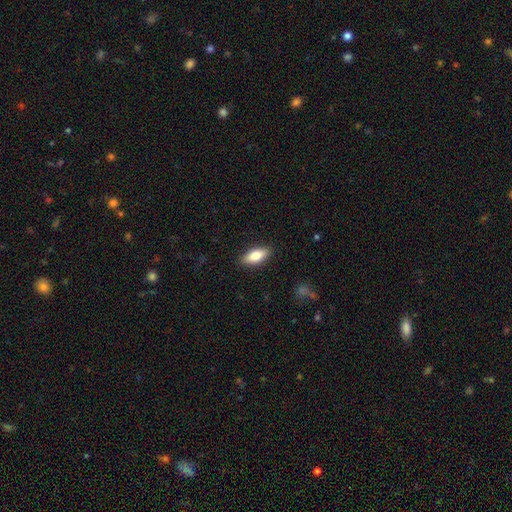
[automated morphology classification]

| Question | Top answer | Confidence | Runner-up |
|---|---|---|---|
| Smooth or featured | smooth | 77% | featured or disk (16%) |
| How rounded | in between | 81% | cigar-shaped (16%) |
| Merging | none | 88% | minor disturbance (9%) |